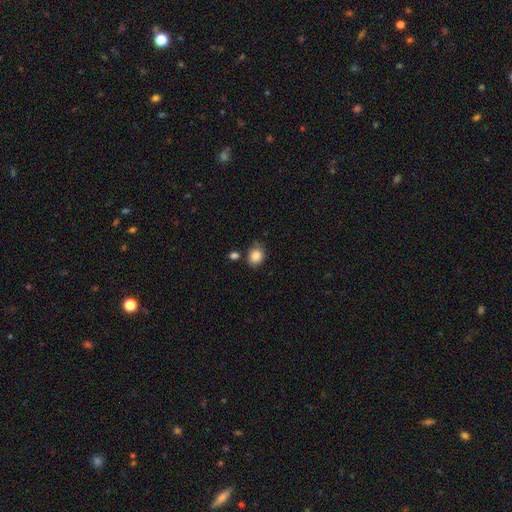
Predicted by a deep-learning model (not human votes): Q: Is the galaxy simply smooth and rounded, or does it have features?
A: smooth — 86%.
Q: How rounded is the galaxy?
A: round — 54%.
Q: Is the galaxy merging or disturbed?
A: none — 72%.